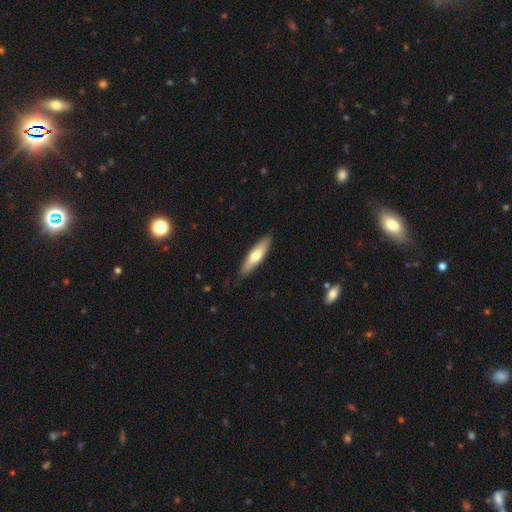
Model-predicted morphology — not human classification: Smooth or featured?
  - smooth: 60% *
  - featured or disk: 35%
  - star or artifact: 5%
How rounded?
  - cigar-shaped: 67% *
  - in between: 31%
  - round: 2%
Merging?
  - none: 85% *
  - minor disturbance: 12%
  - major disturbance: 2%
  - merger: 1%